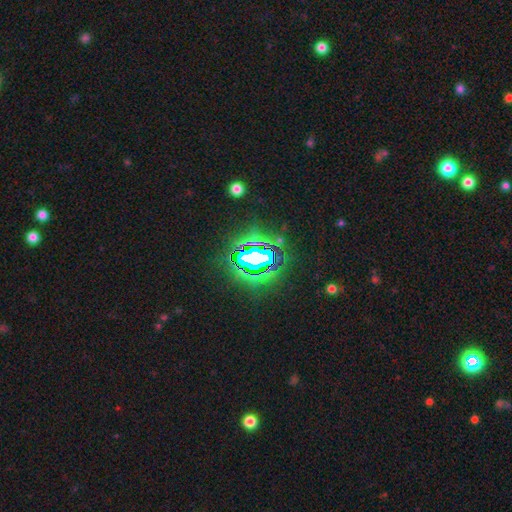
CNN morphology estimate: smooth-or-featured: star or artifact: 78% | featured or disk: 11% | smooth: 11%